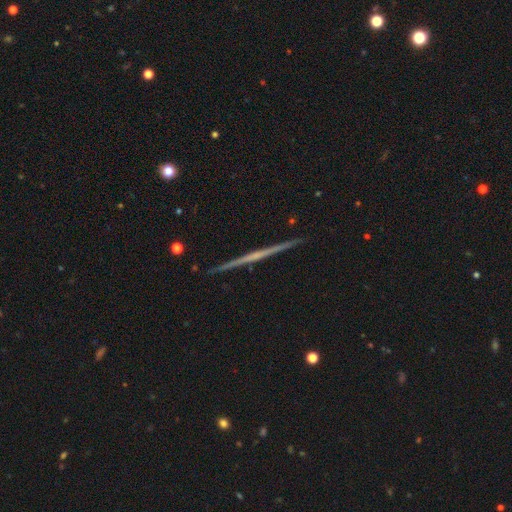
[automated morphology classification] This is likely a featured or disk galaxy (76%). It is clearly viewed edge-on (99%). Edge-on bulge: likely none (77%). Merging: clearly none (93%).